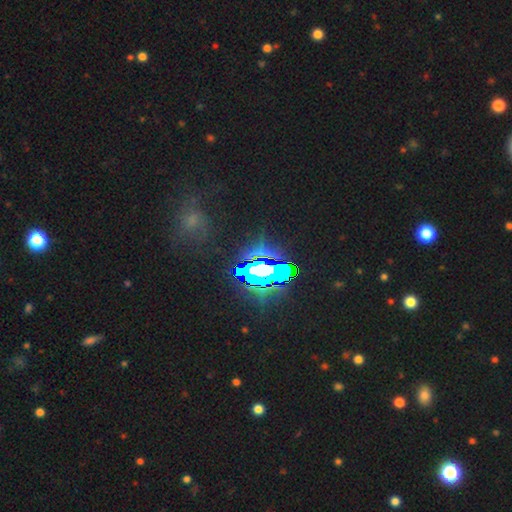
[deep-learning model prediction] Smooth or featured: star or artifact — 81% (smooth — 12%)